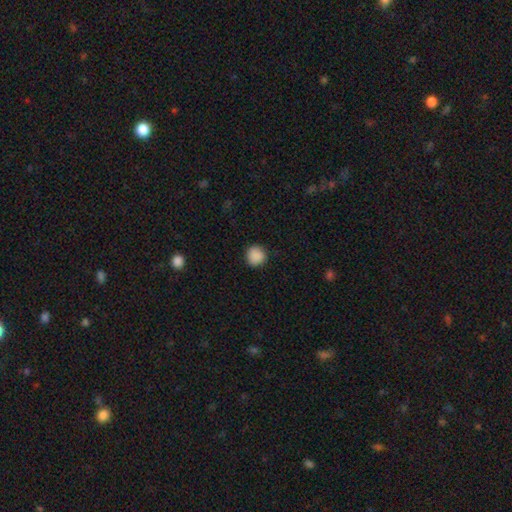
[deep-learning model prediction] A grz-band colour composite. It shows a smooth galaxy with no disk features (89%) that is round (91%). Merging: none (88%).